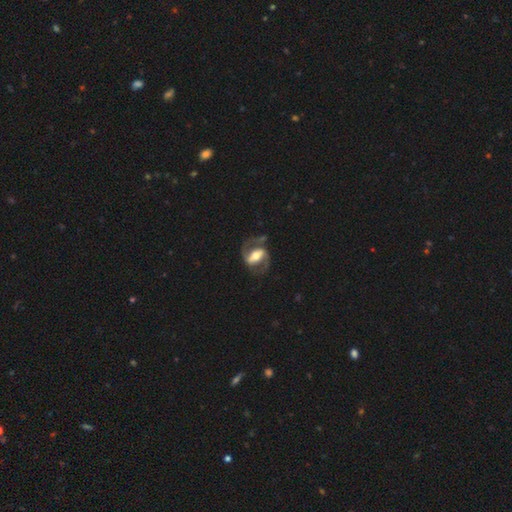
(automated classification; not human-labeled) Morphology: type=featured or disk (84%); edge-on=no (96%); bar=strong (60%); spiral arms=yes (90%); winding=medium (53%); arm count=2 (91%); bulge=moderate (61%); merging=none (71%).